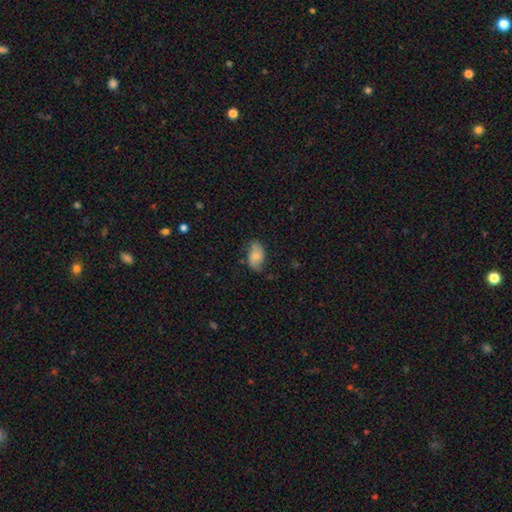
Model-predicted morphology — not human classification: Overall: smooth (68%). How rounded: in between (91%). Merging: none (65%; minor disturbance 26%).